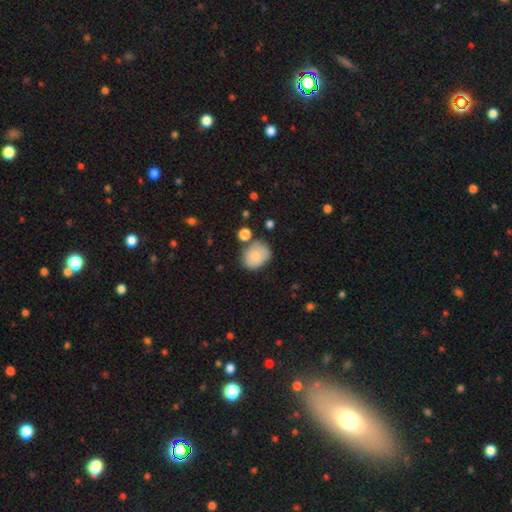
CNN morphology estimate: Smooth or featured: smooth — 80% (featured or disk — 12%)
How rounded: round — 51% (in between — 48%)
Merging: none — 63% (minor disturbance — 21%)